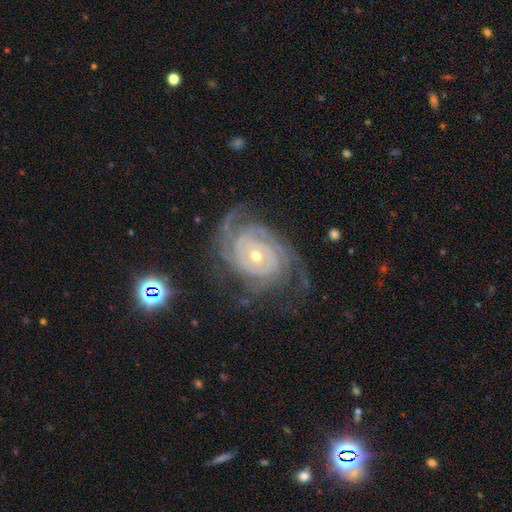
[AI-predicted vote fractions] Smooth or featured? featured or disk (90%)
Edge-on disk? no (97%)
Bar? no (74%)
Spiral arms? yes (98%)
Spiral winding? tight (76%)
Spiral arm count? 3 (26%)
Bulge size? small (54%)
Merging? none (69%)